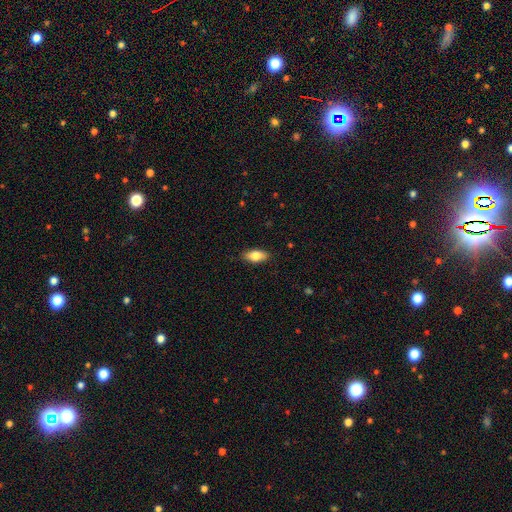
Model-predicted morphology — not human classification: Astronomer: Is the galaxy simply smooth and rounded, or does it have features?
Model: smooth — 79%.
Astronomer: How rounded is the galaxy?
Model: in between — 87%.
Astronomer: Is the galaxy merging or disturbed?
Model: none — 89%.